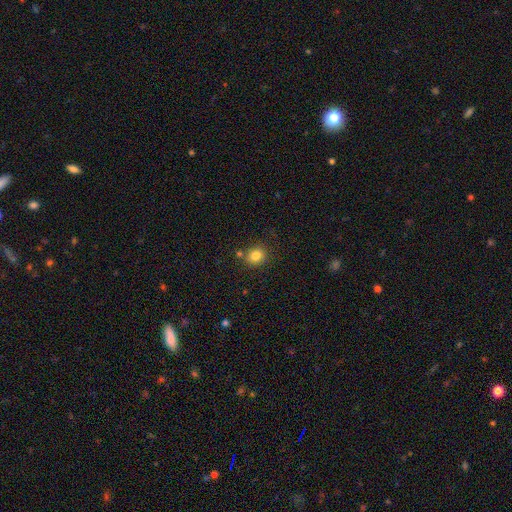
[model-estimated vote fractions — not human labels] Q: Smooth or featured?
A: smooth (82%); runner-up: star or artifact (12%)
Q: How rounded?
A: round (74%); runner-up: in between (25%)
Q: Merging?
A: none (77%); runner-up: minor disturbance (12%)